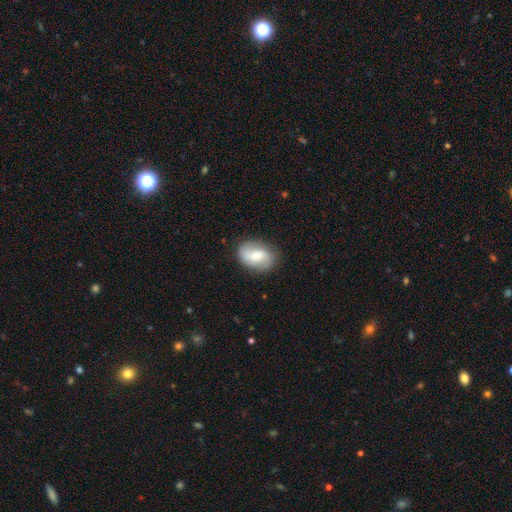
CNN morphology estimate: Smooth or featured? Predicted: featured or disk (p=0.50). Merging? Predicted: none (p=0.81).